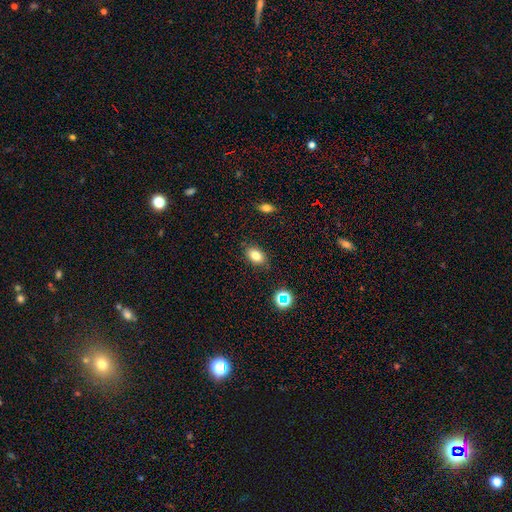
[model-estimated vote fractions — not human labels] smooth 79%, star or artifact 11%, featured or disk 10%. Down the decision tree: how rounded — in between (82%); merging — none (83%).